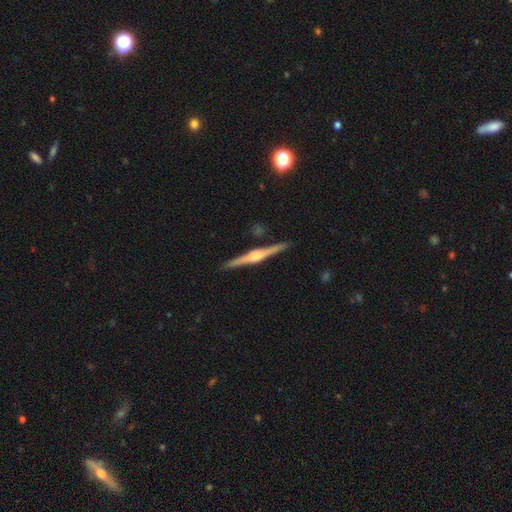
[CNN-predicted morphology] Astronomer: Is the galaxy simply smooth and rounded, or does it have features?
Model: featured or disk — 84%.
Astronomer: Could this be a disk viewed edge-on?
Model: yes — 99%.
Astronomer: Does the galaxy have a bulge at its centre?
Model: rounded — 83%.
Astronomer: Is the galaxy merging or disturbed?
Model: none — 91%.